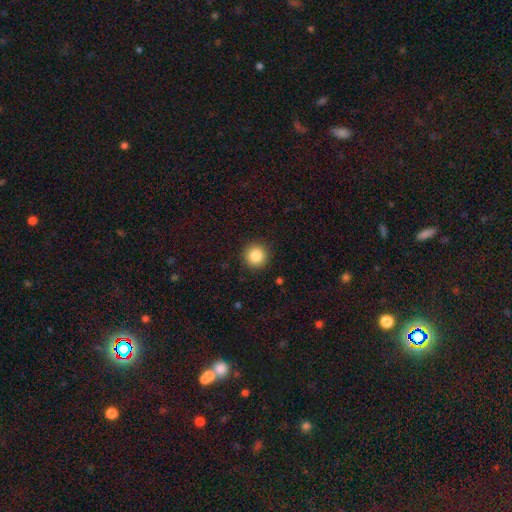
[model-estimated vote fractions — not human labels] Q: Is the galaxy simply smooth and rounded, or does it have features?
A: smooth — 85%.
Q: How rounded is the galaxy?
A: round — 95%.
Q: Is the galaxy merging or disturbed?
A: none — 91%.